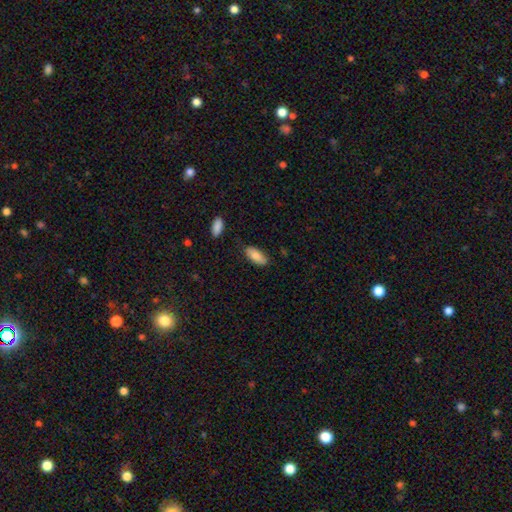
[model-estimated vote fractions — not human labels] Smooth or featured? smooth (82%)
How rounded? in between (85%)
Merging? none (83%)